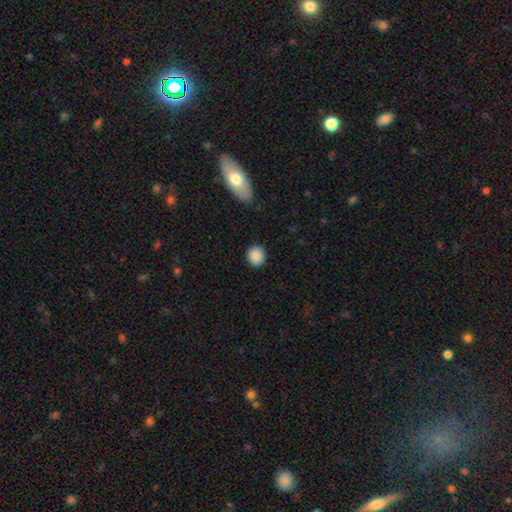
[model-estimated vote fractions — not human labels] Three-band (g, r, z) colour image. It shows a smooth galaxy with no disk features (89%) that is round (82%). Merging: none (90%).